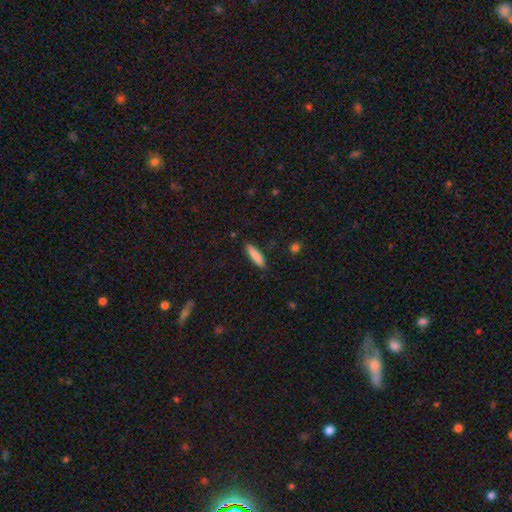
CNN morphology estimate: Overall: smooth (85%). How rounded: cigar-shaped (78%). Merging: none (87%).